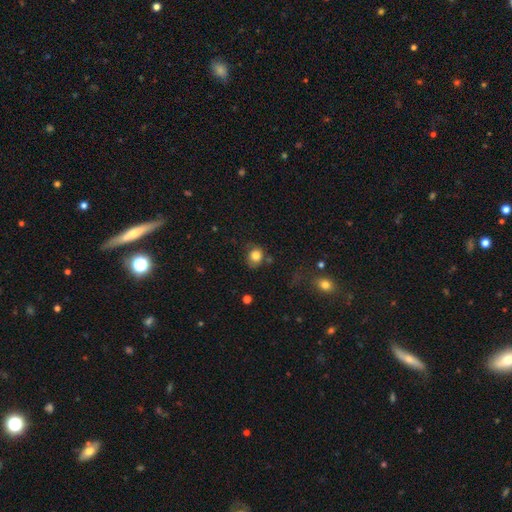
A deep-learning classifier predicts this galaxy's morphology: smooth_or_featured: smooth (p=0.81) [alt: star or artifact p=0.10]
how_rounded: round (p=0.70) [alt: in between p=0.29]
merging: none (p=0.64) [alt: minor disturbance p=0.24]